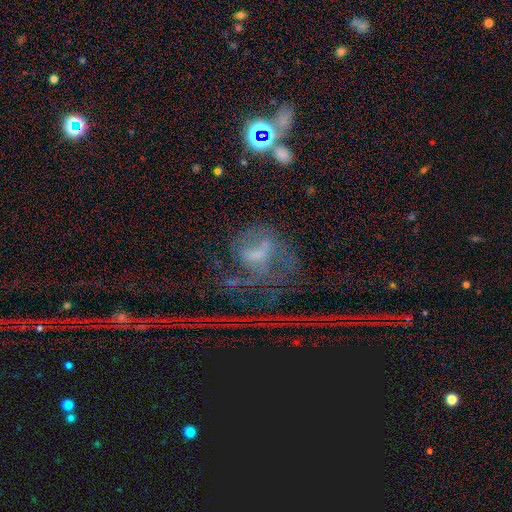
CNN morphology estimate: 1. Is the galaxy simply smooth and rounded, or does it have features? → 59% featured or disk, 21% star or artifact, 20% smooth.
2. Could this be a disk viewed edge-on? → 96% no, 4% yes.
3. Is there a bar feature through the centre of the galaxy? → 43% no, 38% weak, 19% strong.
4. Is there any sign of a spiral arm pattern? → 68% yes, 32% no.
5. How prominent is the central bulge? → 32% moderate, 31% small, 28% none, 7% large, 3% dominant.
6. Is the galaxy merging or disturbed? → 43% major disturbance, 33% none, 16% minor disturbance, 8% merger.